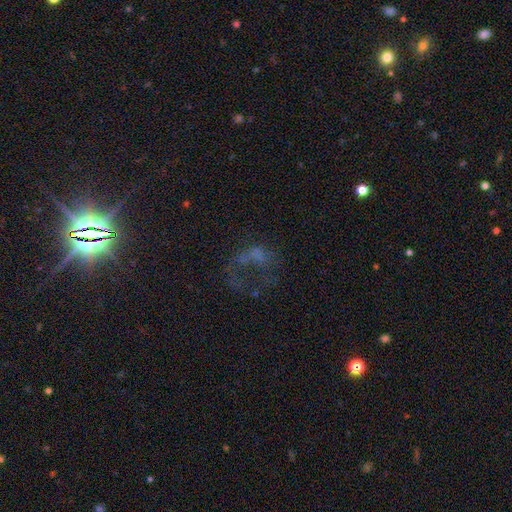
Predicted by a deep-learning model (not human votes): Q: Smooth or featured?
A: featured or disk (44%); runner-up: star or artifact (30%)
Q: Merging?
A: major disturbance (43%); runner-up: none (34%)